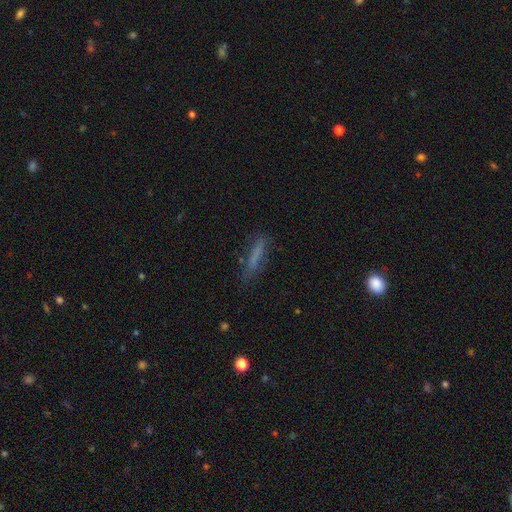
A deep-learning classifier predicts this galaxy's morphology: Smooth or featured? Predicted: smooth (p=0.67). How rounded? Predicted: cigar-shaped (p=0.89). Merging? Predicted: none (p=0.77).